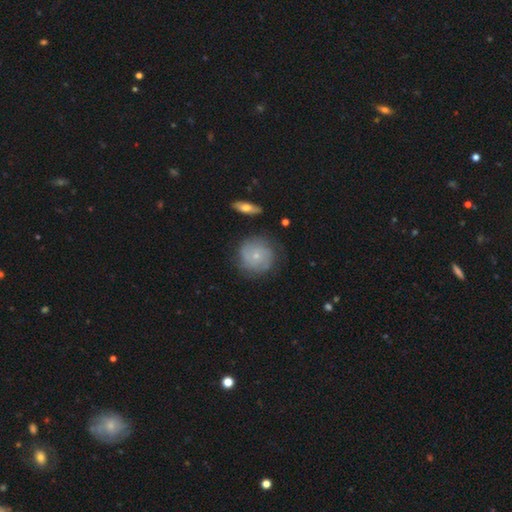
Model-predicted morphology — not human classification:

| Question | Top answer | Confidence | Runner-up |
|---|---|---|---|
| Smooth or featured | featured or disk | 57% | smooth (36%) |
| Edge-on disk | no | 96% | yes (4%) |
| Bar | no | 84% | weak (14%) |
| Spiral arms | yes | 80% | no (20%) |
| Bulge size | small | 78% | moderate (18%) |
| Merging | none | 73% | minor disturbance (18%) |